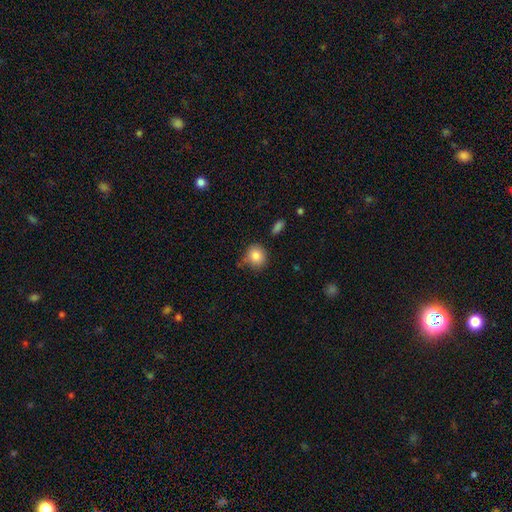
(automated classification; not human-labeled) Smooth or featured? Predicted: smooth (p=0.85). How rounded? Predicted: round (p=0.83). Merging? Predicted: none (p=0.72).